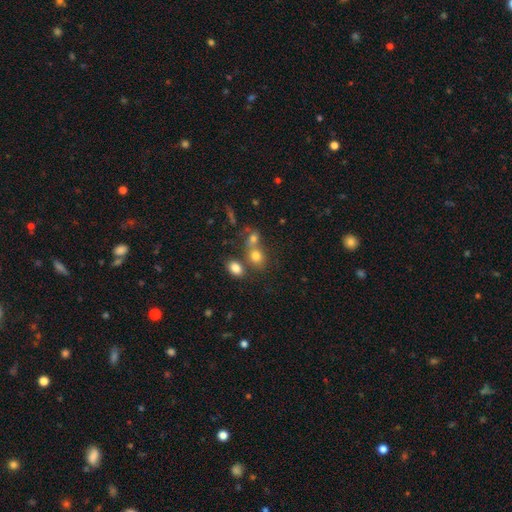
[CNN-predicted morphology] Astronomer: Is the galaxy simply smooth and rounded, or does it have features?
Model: smooth — 76%.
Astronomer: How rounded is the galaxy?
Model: round — 55% (runner-up: in between, 43%).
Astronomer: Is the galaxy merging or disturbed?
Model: none — 45% (runner-up: merger, 41%).